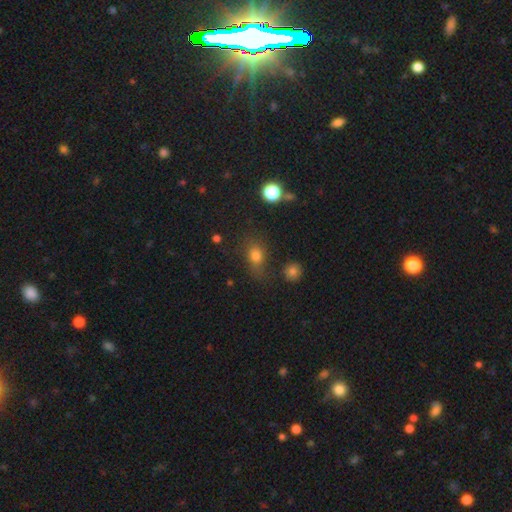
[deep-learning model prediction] Smooth or featured? Predicted: smooth (p=0.75). How rounded? Predicted: in between (p=0.58). Merging? Predicted: none (p=0.63).